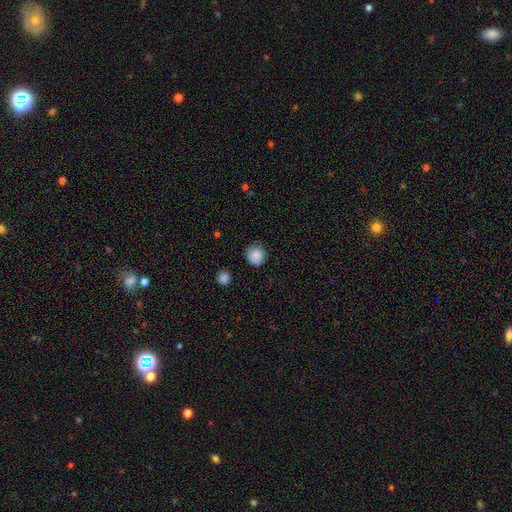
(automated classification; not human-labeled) smooth-or-featured: smooth: 83% | star or artifact: 9% | featured or disk: 8%
  how-rounded: round: 86% | in between: 13% | cigar-shaped: 1%
  merging: none: 75% | minor disturbance: 20% | major disturbance: 4% | merger: 1%